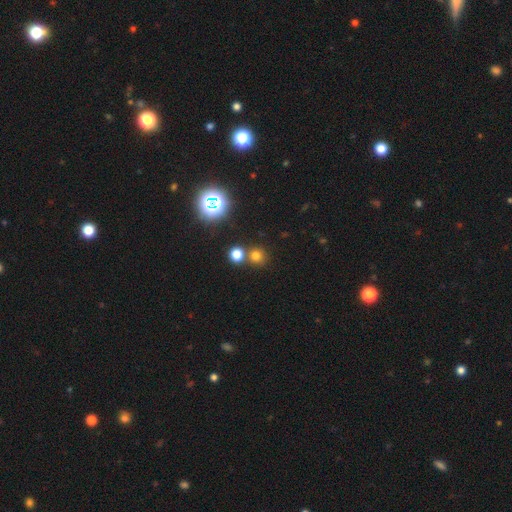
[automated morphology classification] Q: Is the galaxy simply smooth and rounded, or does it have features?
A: smooth — 67%.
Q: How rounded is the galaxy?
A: round — 90%.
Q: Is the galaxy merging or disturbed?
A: none — 69%.